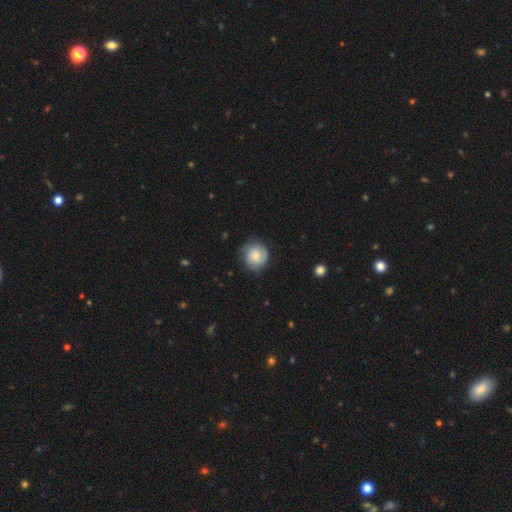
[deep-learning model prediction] Smooth or featured?
  - smooth: 59% *
  - featured or disk: 34%
  - star or artifact: 7%
How rounded?
  - round: 87% *
  - in between: 12%
  - cigar-shaped: 1%
Merging?
  - none: 74% *
  - minor disturbance: 20%
  - major disturbance: 5%
  - merger: 1%